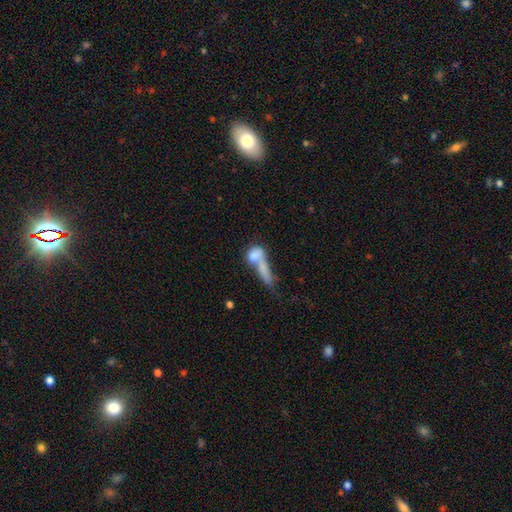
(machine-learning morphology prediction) smooth-or-featured: smooth: 73% | featured or disk: 19% | star or artifact: 8%
  how-rounded: in between: 56% | round: 23% | cigar-shaped: 22%
  merging: merger: 64% | none: 18% | major disturbance: 10% | minor disturbance: 8%